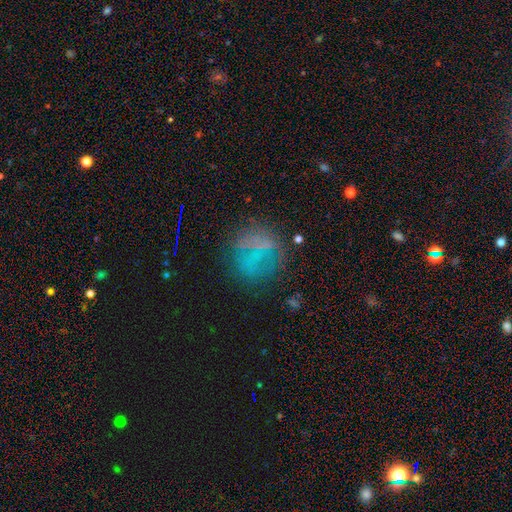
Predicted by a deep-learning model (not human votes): A smooth galaxy with no disk features (46%).

Vote fractions:
- Smooth or featured? smooth: 46% / featured or disk: 29% / star or artifact: 26%
- Merging? none: 61% / minor disturbance: 17% / major disturbance: 17% / merger: 5%